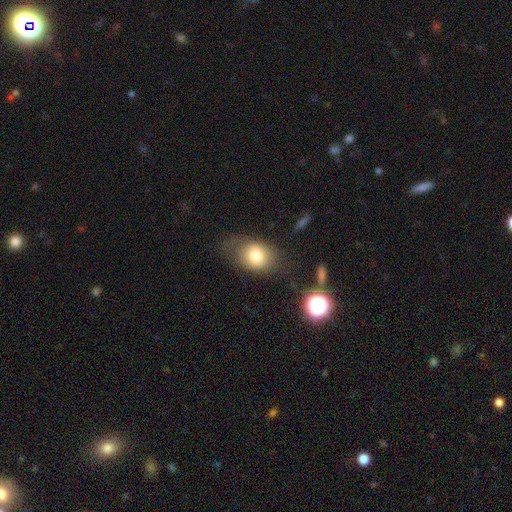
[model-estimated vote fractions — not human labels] Q: Smooth or featured?
A: smooth (78%); runner-up: featured or disk (13%)
Q: How rounded?
A: in between (61%); runner-up: round (38%)
Q: Merging?
A: none (60%); runner-up: minor disturbance (23%)